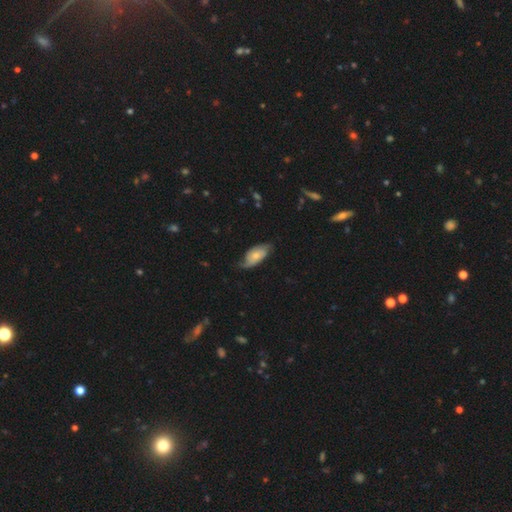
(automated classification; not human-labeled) A featured or disk galaxy (56%) with no bar (72%), spiral arms (88%) and a small central bulge (47%). Merging: none (63%).